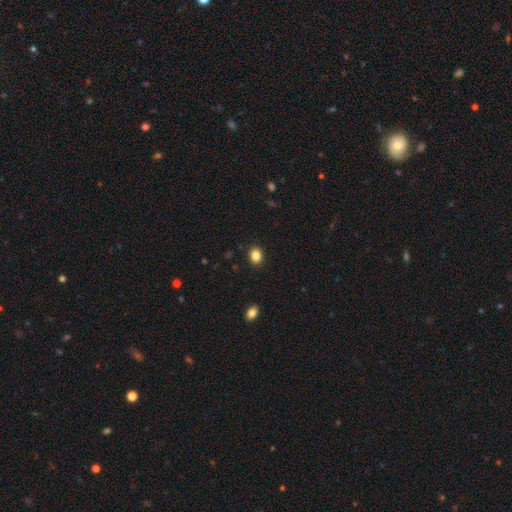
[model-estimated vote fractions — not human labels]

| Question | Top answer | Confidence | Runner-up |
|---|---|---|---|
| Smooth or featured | smooth | 86% | star or artifact (10%) |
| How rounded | round | 50% | in between (49%) |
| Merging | none | 90% | minor disturbance (7%) |